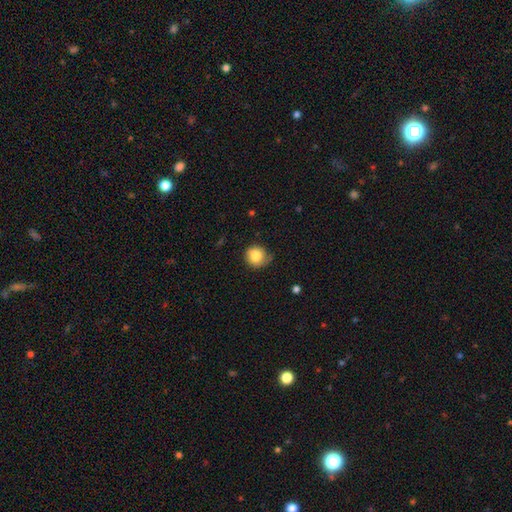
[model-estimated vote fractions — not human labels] smooth_or_featured: smooth (p=0.80) [alt: featured or disk p=0.11]
how_rounded: round (p=0.85) [alt: in between p=0.15]
merging: none (p=0.62) [alt: minor disturbance p=0.29]